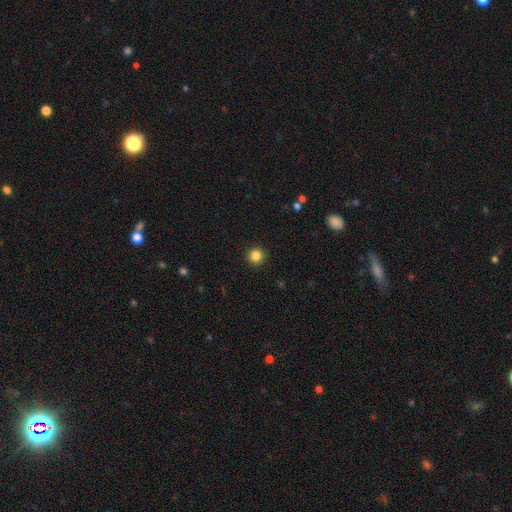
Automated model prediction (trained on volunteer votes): The model was most divided on "smooth or featured": smooth: 85%, star or artifact: 11%, featured or disk: 4%. More confident: how rounded — round (96%); merging — none (93%).